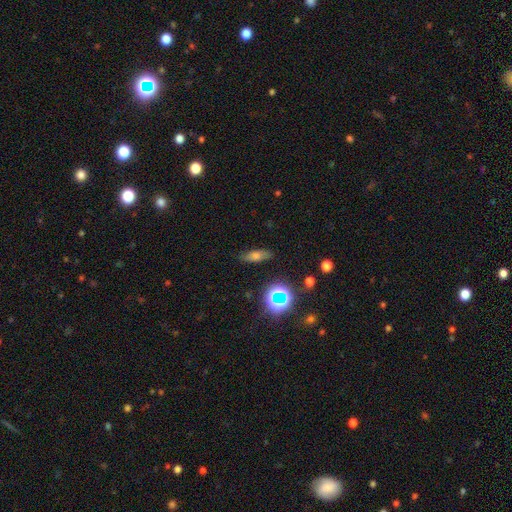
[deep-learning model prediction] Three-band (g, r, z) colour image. It shows a smooth galaxy with no disk features (53%) that is in between round and cigar-shaped (47%). Merging: none (84%).